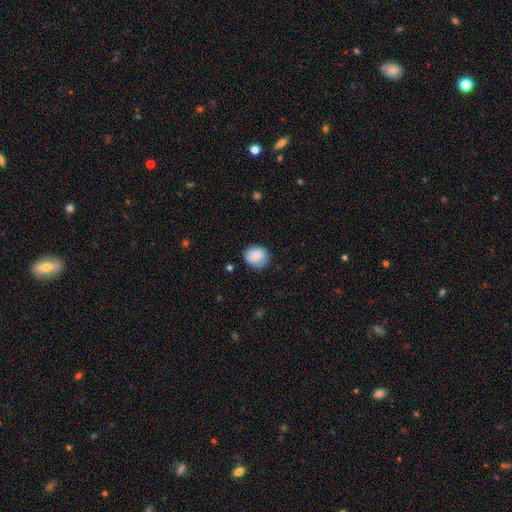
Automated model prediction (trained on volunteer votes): A smooth galaxy with no disk features (81%) that is round (77%). Merging: none (80%).